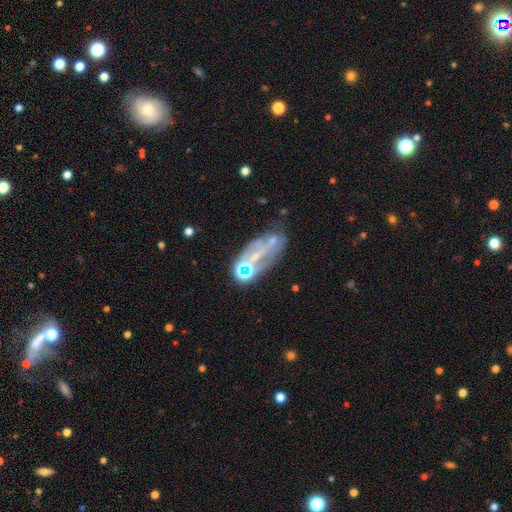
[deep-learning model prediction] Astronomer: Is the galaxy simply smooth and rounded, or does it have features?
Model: featured or disk — 61%.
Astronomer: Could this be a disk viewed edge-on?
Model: no — 90%.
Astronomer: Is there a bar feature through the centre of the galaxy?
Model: no — 63%.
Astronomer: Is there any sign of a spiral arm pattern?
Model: no — 60% (runner-up: yes, 40%).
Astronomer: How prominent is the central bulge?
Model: small — 43% (runner-up: none, 35%).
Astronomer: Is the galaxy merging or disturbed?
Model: none — 44% (runner-up: major disturbance, 21%).